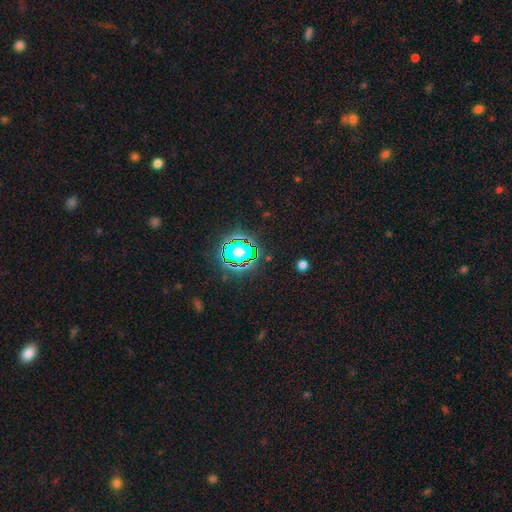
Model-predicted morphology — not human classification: type=star or artifact (81%).